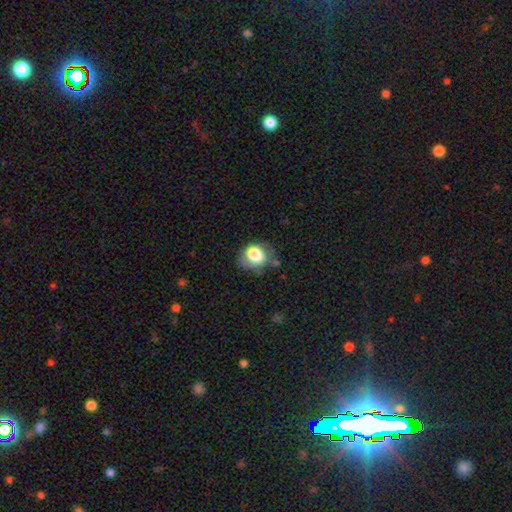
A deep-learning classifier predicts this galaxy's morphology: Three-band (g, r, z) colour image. It shows a smooth galaxy with no disk features (76%) that is round (53%). Merging: none (51%).